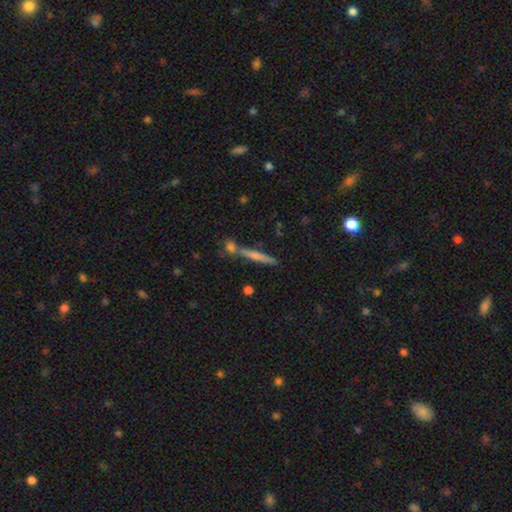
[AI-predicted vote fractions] smooth-or-featured: smooth: 53% | featured or disk: 40% | star or artifact: 8%
  how-rounded: cigar-shaped: 94% | in between: 4% | round: 2%
  merging: none: 72% | merger: 15% | minor disturbance: 10% | major disturbance: 3%